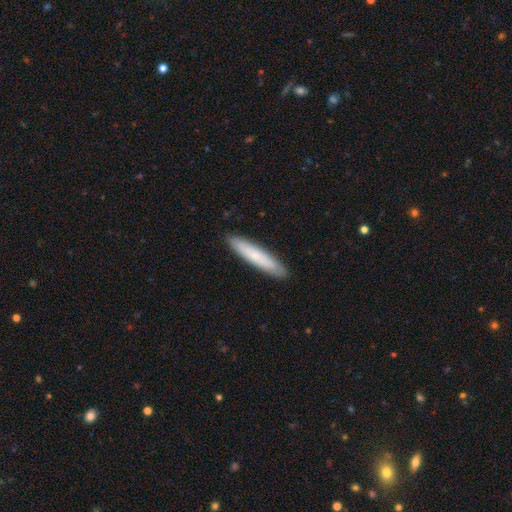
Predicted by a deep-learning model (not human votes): A smooth galaxy with no disk features (72%) that is cigar-shaped (91%). Merging: none (91%).